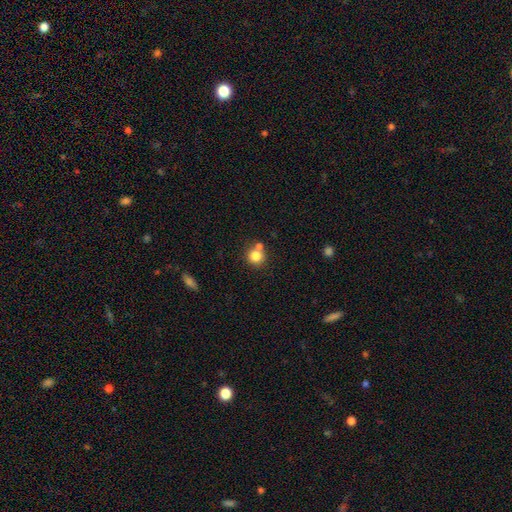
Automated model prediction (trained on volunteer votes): Smooth or featured: smooth — 81% (star or artifact — 11%)
How rounded: round — 90% (in between — 9%)
Merging: none — 60% (merger — 28%)